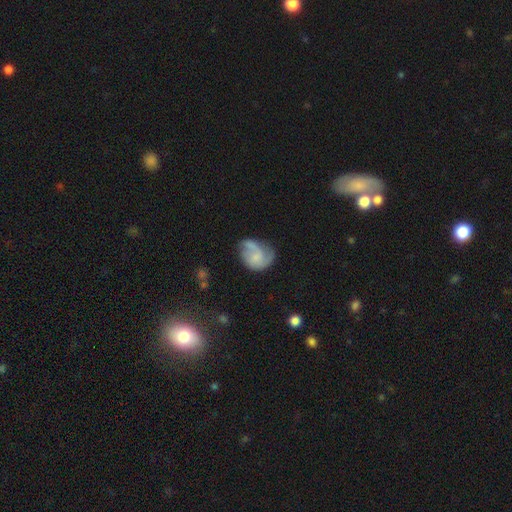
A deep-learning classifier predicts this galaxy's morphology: Smooth or featured?
  - featured or disk: 57% *
  - smooth: 35%
  - star or artifact: 7%
Edge-on disk?
  - no: 98% *
  - yes: 2%
Bar?
  - no: 73% *
  - weak: 23%
  - strong: 4%
Spiral arms?
  - yes: 82% *
  - no: 18%
Bulge size?
  - none: 42% *
  - small: 36%
  - moderate: 17%
  - large: 4%
  - dominant: 2%
Merging?
  - none: 42% *
  - minor disturbance: 29%
  - major disturbance: 22%
  - merger: 7%